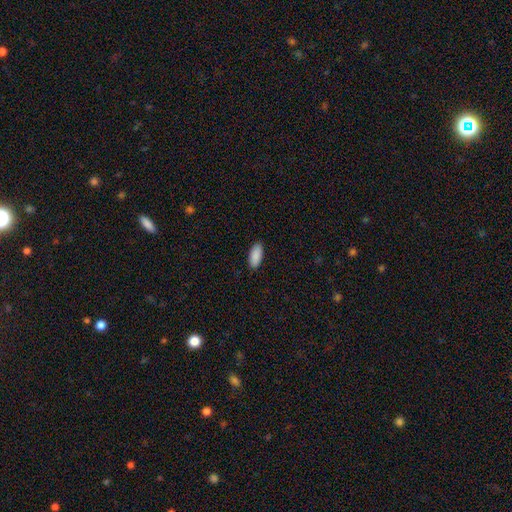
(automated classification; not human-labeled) Smooth or featured? Predicted: smooth (p=0.91). How rounded? Predicted: in between (p=0.90). Merging? Predicted: none (p=0.90).